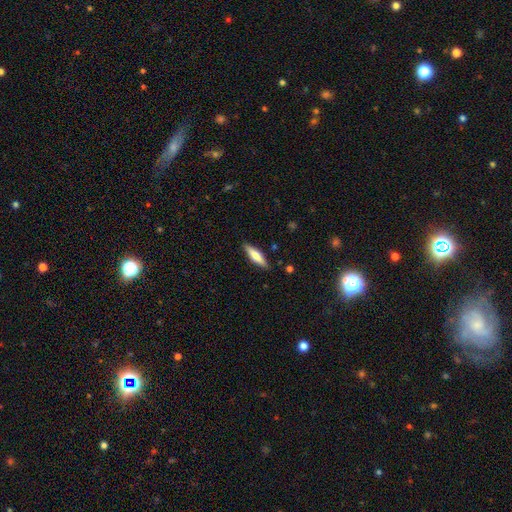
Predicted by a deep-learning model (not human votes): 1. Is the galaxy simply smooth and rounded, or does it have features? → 63% smooth, 31% featured or disk, 6% star or artifact.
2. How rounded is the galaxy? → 67% cigar-shaped, 31% in between, 2% round.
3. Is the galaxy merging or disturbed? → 87% none, 9% minor disturbance, 2% major disturbance, 1% merger.